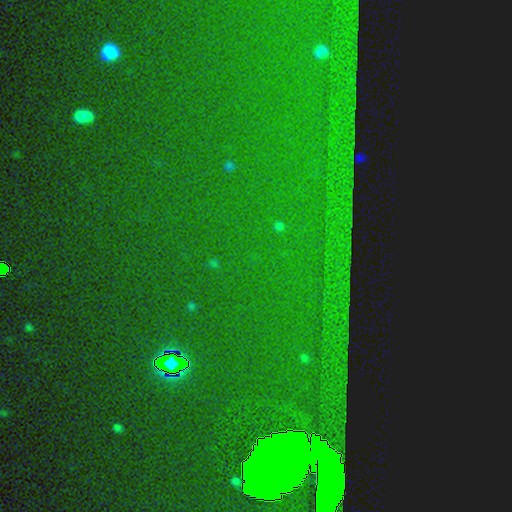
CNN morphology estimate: Smooth or featured: star or artifact — 83% (smooth — 9%)